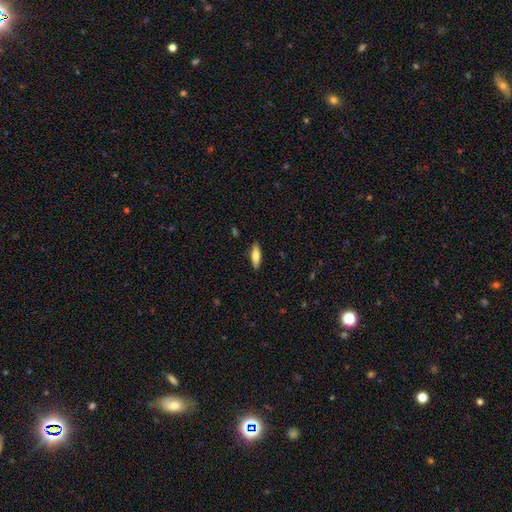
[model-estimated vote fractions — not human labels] Overall: smooth (69%). How rounded: cigar-shaped (52%; in between 46%). Merging: none (88%).